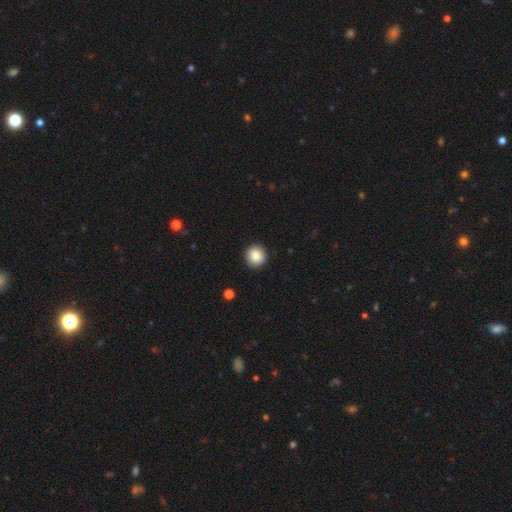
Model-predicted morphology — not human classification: Q: Smooth or featured?
A: smooth (87%); runner-up: star or artifact (8%)
Q: How rounded?
A: round (94%); runner-up: in between (5%)
Q: Merging?
A: none (92%); runner-up: minor disturbance (5%)